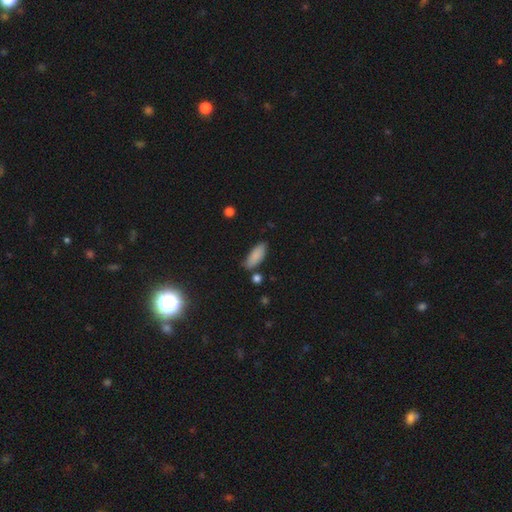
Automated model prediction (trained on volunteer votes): smooth_or_featured: smooth (p=0.86) [alt: featured or disk p=0.07]
how_rounded: in between (p=0.80) [alt: cigar-shaped p=0.18]
merging: none (p=0.73) [alt: minor disturbance p=0.18]